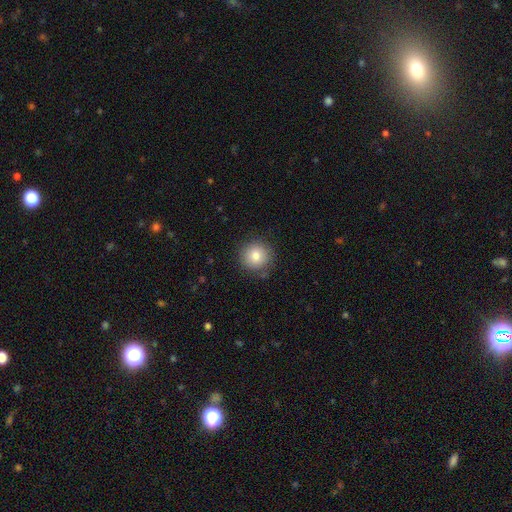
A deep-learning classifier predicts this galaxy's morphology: Overall: smooth (82%). How rounded: round (94%). Merging: none (86%).